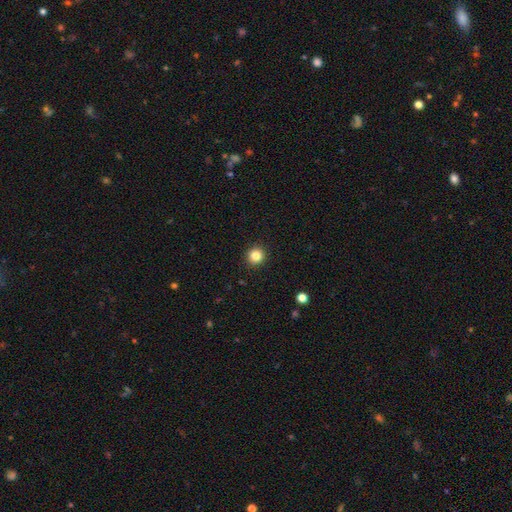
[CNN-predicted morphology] A smooth galaxy with no disk features (83%) that is round (93%). Merging: none (93%).